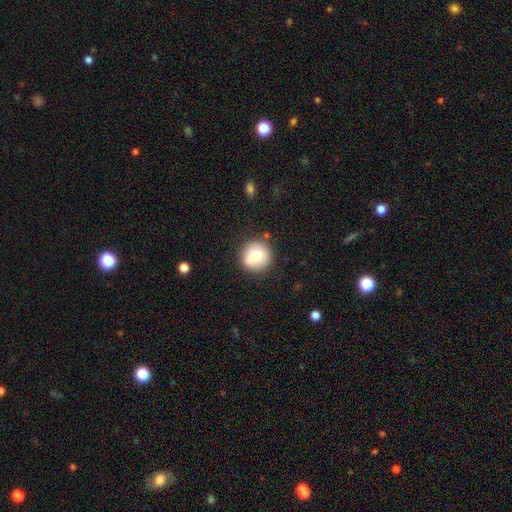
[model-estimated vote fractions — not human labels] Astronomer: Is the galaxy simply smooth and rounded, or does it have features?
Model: smooth — 73%.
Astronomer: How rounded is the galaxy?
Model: round — 92%.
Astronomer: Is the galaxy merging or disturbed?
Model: none — 86%.